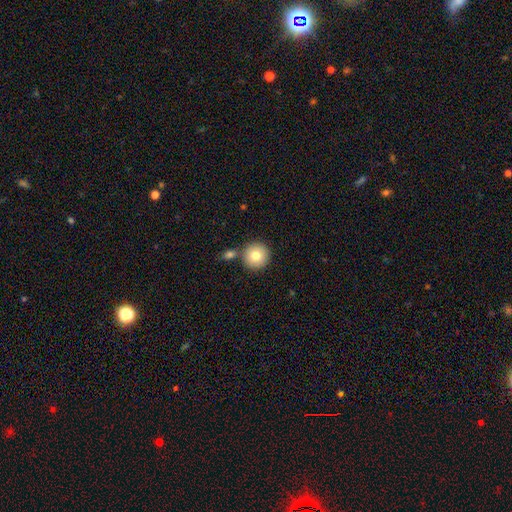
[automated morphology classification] This appears to be a smooth galaxy with no disk features (80%) that is round (95%). Merging: none (76%).